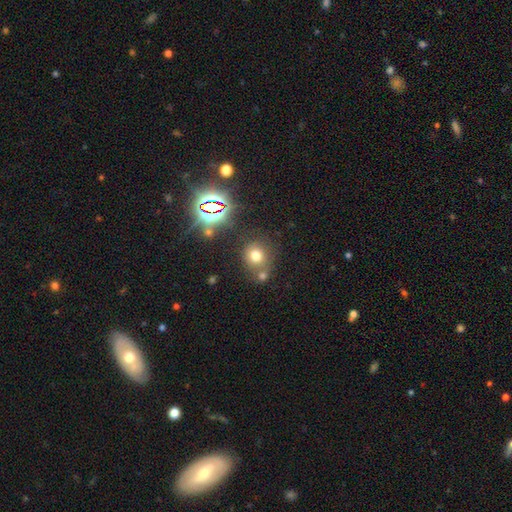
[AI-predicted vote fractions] smooth 70%, star or artifact 20%, featured or disk 10%. Down the decision tree: how rounded — round (81%); merging — none (62%).